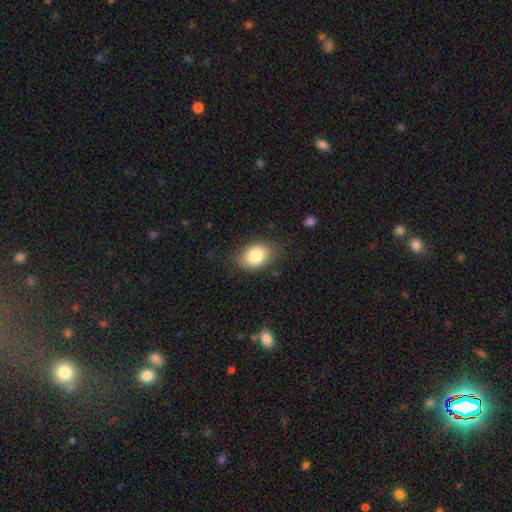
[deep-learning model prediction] smooth-or-featured: smooth: 84% | featured or disk: 8% | star or artifact: 8%
  how-rounded: in between: 79% | round: 20% | cigar-shaped: 1%
  merging: none: 79% | minor disturbance: 16% | major disturbance: 4% | merger: 1%